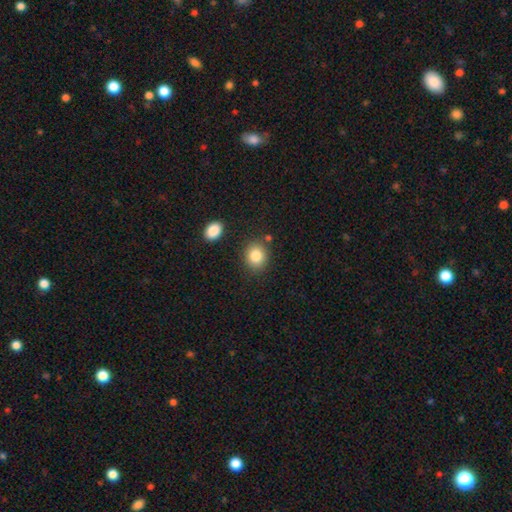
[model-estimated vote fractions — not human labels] Smooth or featured? Predicted: smooth (p=0.84). How rounded? Predicted: round (p=0.65). Merging? Predicted: none (p=0.82).